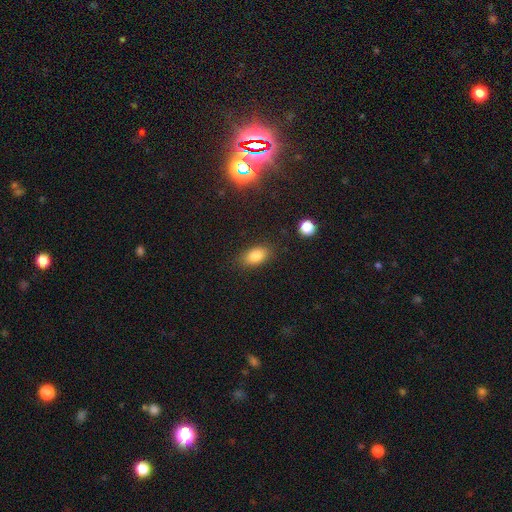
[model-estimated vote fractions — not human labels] Smooth or featured? Predicted: smooth (p=0.83). How rounded? Predicted: in between (p=0.89). Merging? Predicted: none (p=0.84).